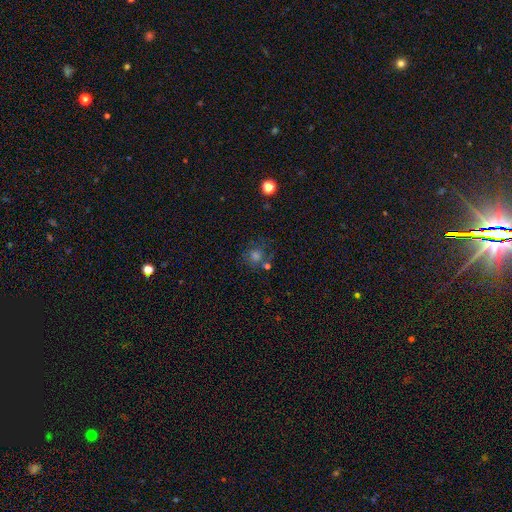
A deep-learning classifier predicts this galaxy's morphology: The model was most divided on "smooth or featured": smooth: 54%, star or artifact: 28%, featured or disk: 18%. More confident: how rounded — round (86%); merging — none (69%).